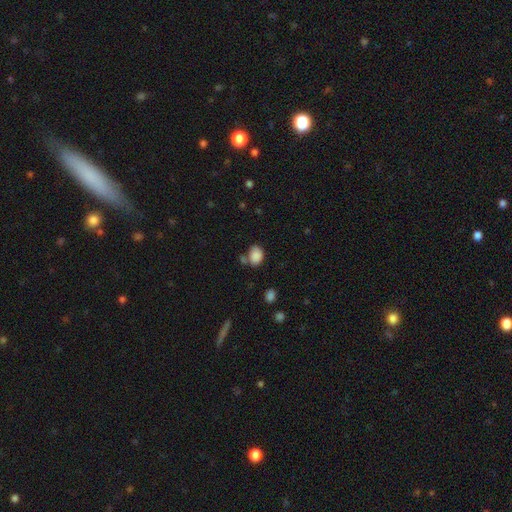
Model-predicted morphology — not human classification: Smooth or featured? smooth (87%)
How rounded? in between (67%)
Merging? none (63%)